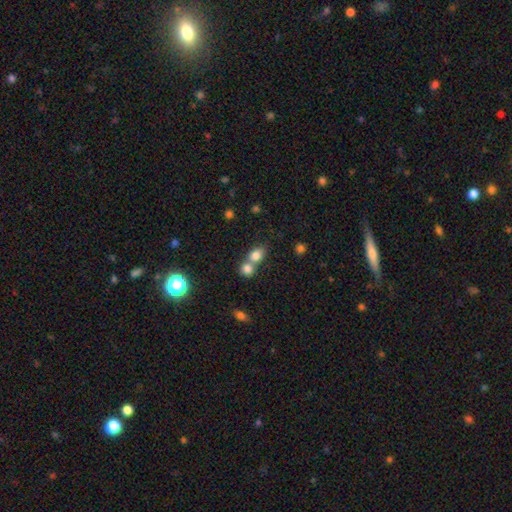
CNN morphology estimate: smooth 79%, star or artifact 11%, featured or disk 10%. Down the decision tree: how rounded — in between (55%); merging — merger (55%).